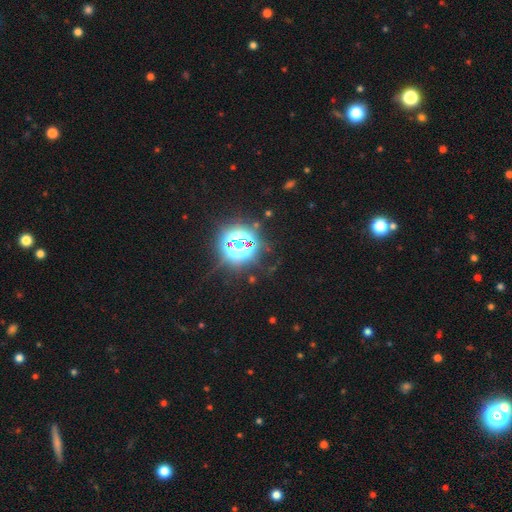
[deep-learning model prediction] The model was most divided on "smooth or featured": star or artifact: 80%, smooth: 15%, featured or disk: 5%.